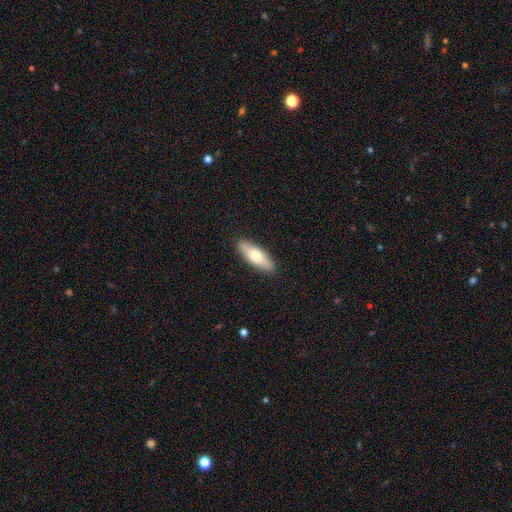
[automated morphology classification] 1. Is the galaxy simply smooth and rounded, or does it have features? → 68% smooth, 26% featured or disk, 6% star or artifact.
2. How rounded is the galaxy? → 50% in between, 48% cigar-shaped, 2% round.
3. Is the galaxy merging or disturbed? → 89% none, 8% minor disturbance, 2% major disturbance, 1% merger.